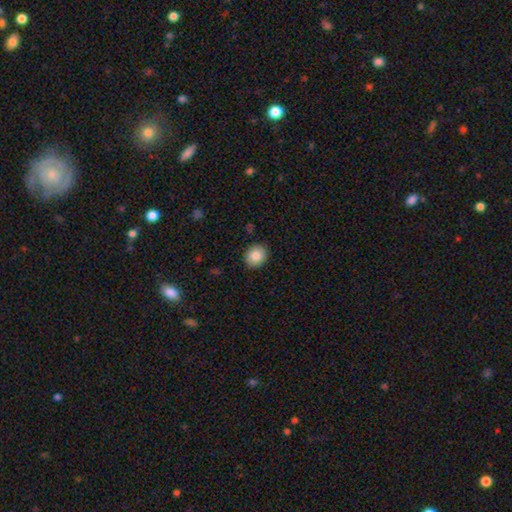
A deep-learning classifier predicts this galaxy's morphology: Q: Smooth or featured?
A: smooth (85%); runner-up: star or artifact (9%)
Q: How rounded?
A: round (70%); runner-up: in between (29%)
Q: Merging?
A: none (90%); runner-up: minor disturbance (7%)